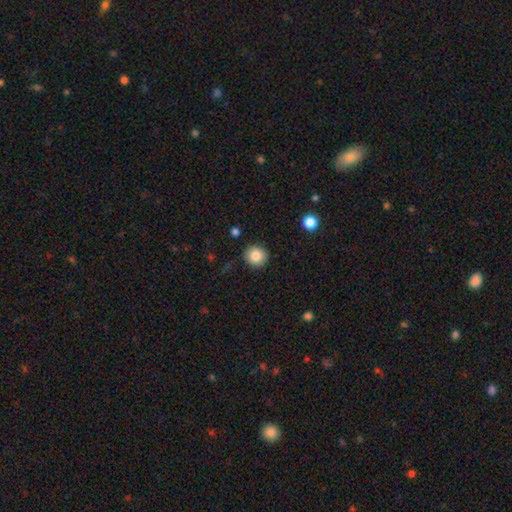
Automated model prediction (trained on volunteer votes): smooth 86%, star or artifact 9%, featured or disk 5%. Down the decision tree: how rounded — round (92%); merging — none (90%).